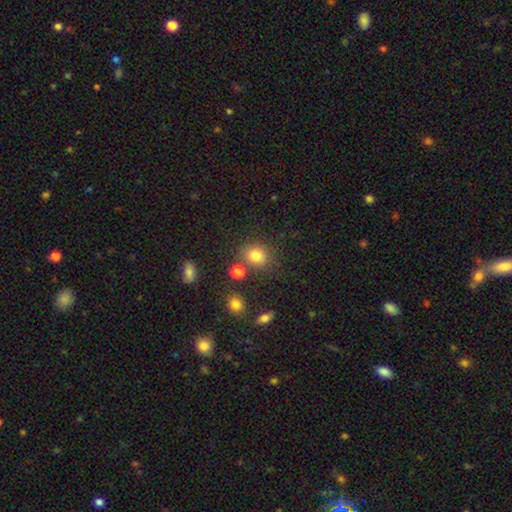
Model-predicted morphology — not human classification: A smooth galaxy with no disk features (79%) that is round (72%).

Vote fractions:
- Smooth or featured? smooth: 79% / star or artifact: 14% / featured or disk: 7%
- How rounded? round: 72% / in between: 27% / cigar-shaped: 1%
- Merging? none: 73% / minor disturbance: 12% / merger: 10% / major disturbance: 4%